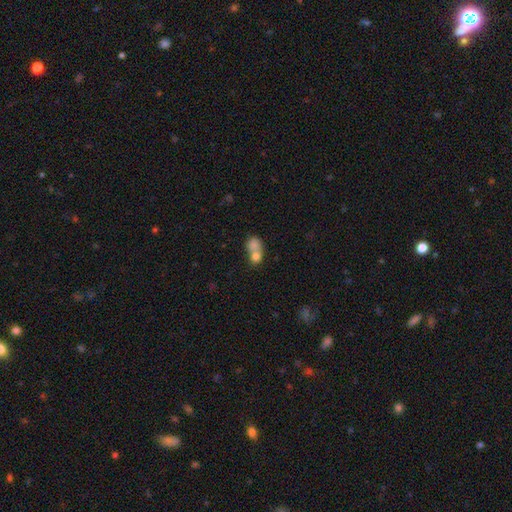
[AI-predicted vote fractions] This is likely a smooth galaxy (76%). How rounded: possibly round (56%). Merging: likely merger (70%).